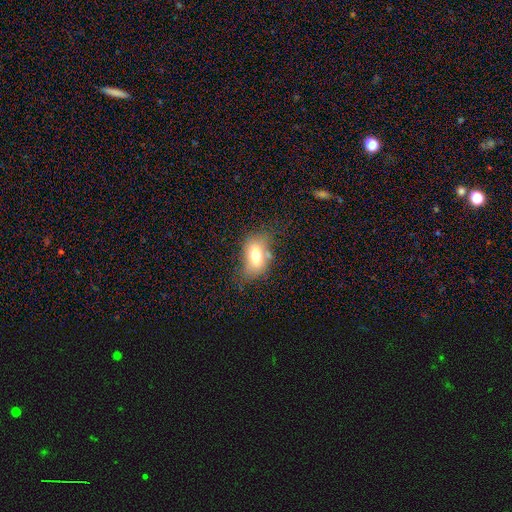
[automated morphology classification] Q: Smooth or featured?
A: smooth (67%); runner-up: featured or disk (24%)
Q: How rounded?
A: in between (85%); runner-up: round (11%)
Q: Merging?
A: none (56%); runner-up: minor disturbance (26%)